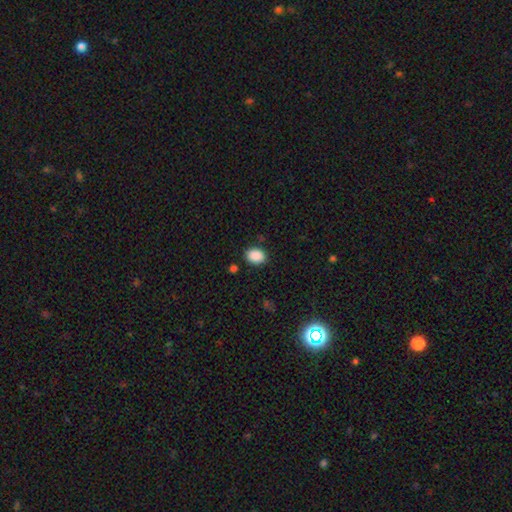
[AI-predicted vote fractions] Smooth or featured: smooth — 89% (star or artifact — 8%)
How rounded: in between — 68% (round — 31%)
Merging: none — 86% (minor disturbance — 10%)